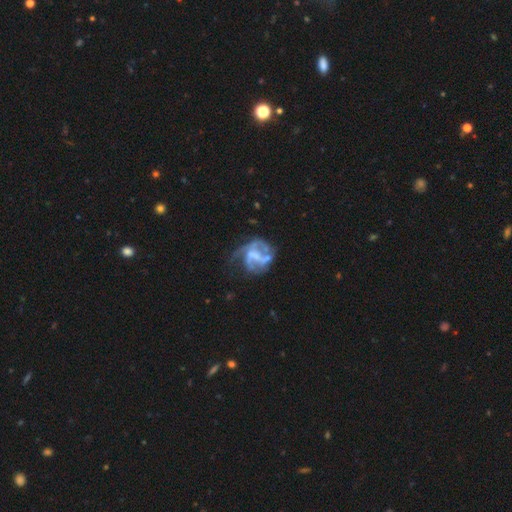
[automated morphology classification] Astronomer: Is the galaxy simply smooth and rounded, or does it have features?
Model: featured or disk — 74%.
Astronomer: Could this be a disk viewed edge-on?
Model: no — 98%.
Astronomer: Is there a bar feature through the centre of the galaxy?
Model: no — 53% (runner-up: weak, 34%).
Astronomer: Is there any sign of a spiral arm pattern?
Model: yes — 66%.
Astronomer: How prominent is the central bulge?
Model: none — 48%.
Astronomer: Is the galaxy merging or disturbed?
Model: major disturbance — 36% (runner-up: none, 35%).